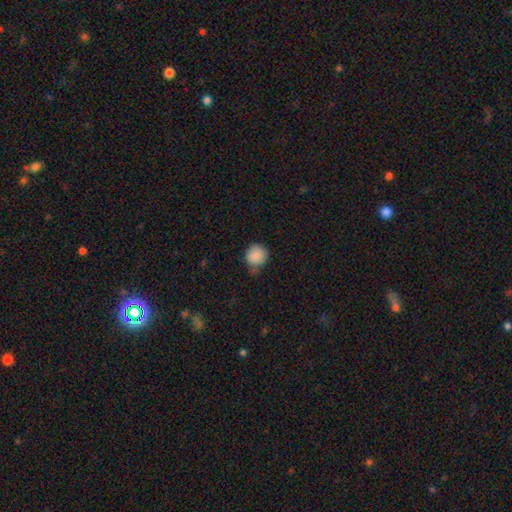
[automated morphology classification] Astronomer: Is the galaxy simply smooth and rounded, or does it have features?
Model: smooth — 86%.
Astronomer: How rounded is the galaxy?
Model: round — 90%.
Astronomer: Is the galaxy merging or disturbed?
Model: none — 61%.